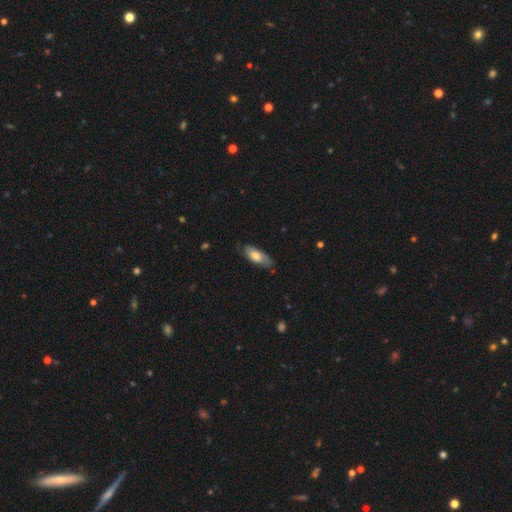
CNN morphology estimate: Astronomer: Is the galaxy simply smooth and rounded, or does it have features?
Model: smooth — 64%.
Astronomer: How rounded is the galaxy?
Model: in between — 78%.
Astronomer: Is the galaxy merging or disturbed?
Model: none — 71%.